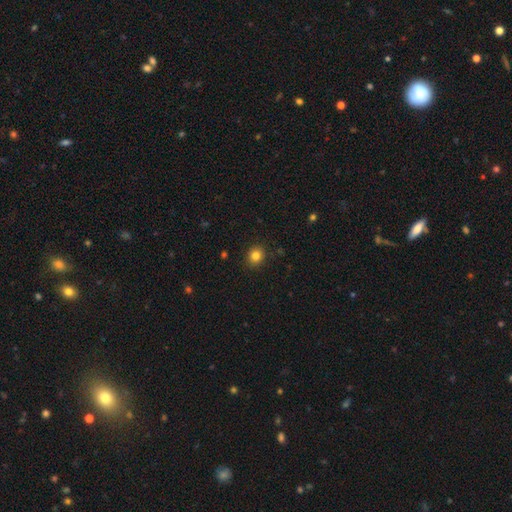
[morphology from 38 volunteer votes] This appears to be a smooth galaxy with no disk features (87%) that is round (82%). Merging: none (83%).